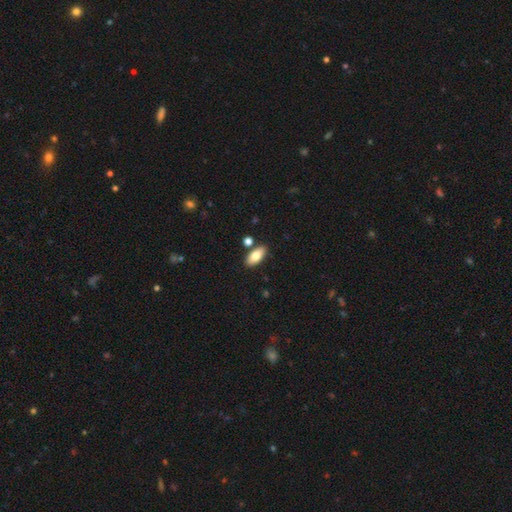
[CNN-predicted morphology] smooth_or_featured: smooth (p=0.80) [alt: featured or disk p=0.14]
how_rounded: in between (p=0.88) [alt: cigar-shaped p=0.09]
merging: none (p=0.81) [alt: minor disturbance p=0.09]